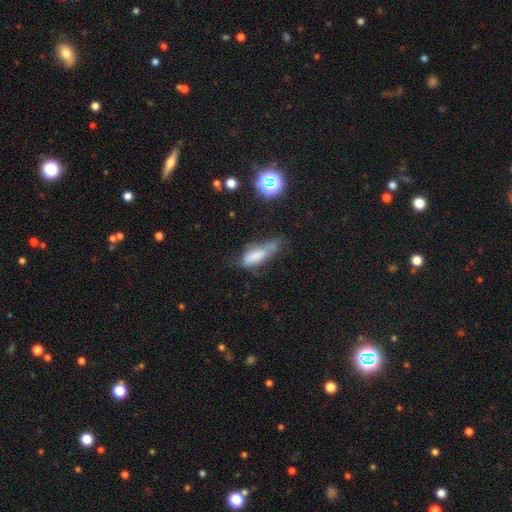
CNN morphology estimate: This is likely a smooth galaxy (69%). How rounded: possibly in between (57%). Merging: marginally minor disturbance (37%).